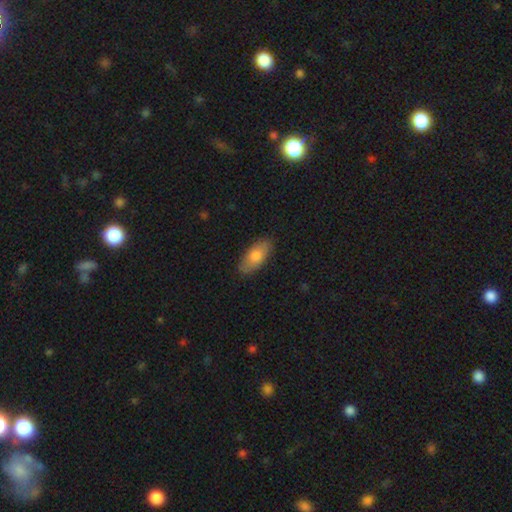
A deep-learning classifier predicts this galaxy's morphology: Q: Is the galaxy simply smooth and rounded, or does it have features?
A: smooth — 76%.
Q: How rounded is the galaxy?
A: in between — 87%.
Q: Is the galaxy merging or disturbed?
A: none — 84%.